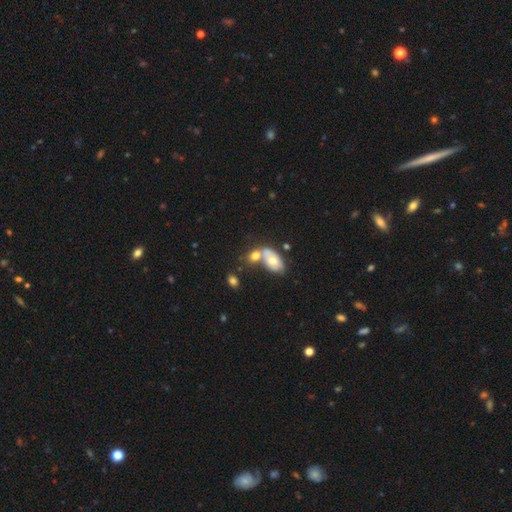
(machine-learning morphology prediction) This is likely a smooth galaxy (62%). How rounded: clearly in between (81%). Merging: possibly merger (52%).